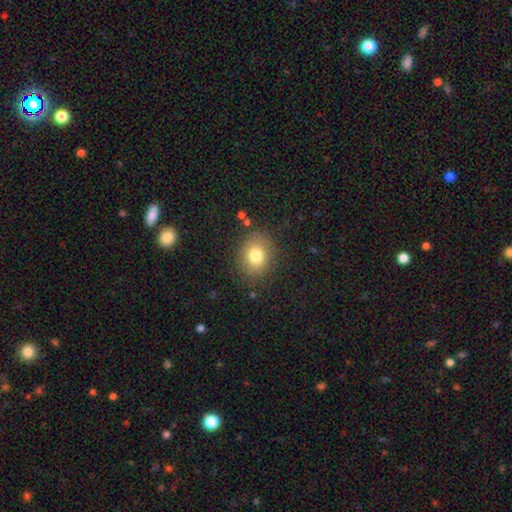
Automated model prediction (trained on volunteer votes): Smooth or featured: smooth — 78% (star or artifact — 12%)
How rounded: round — 66% (in between — 33%)
Merging: none — 83% (minor disturbance — 11%)